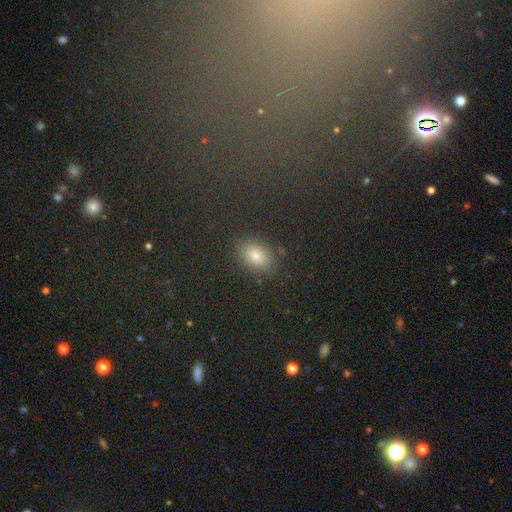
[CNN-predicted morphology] smooth_or_featured: smooth (p=0.73) [alt: star or artifact p=0.20]
how_rounded: in between (p=0.81) [alt: round p=0.17]
merging: none (p=0.90) [alt: minor disturbance p=0.06]